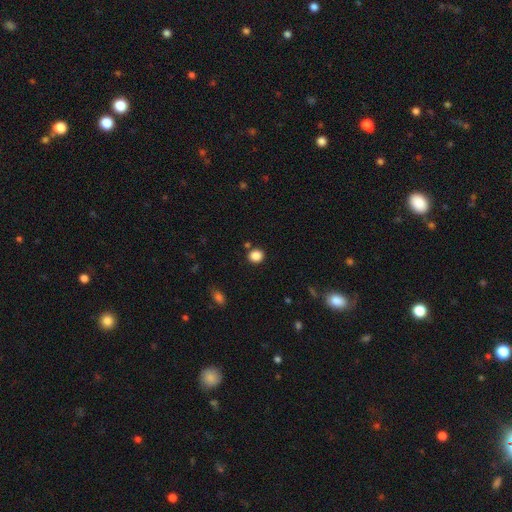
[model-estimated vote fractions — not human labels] Morphology: type=smooth (86%); roundness=round (78%); merging=none (84%).